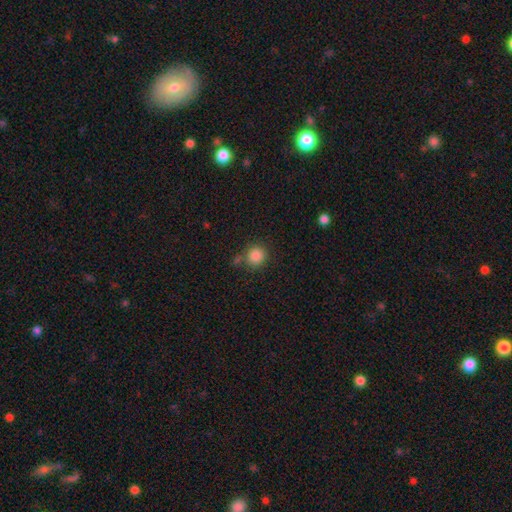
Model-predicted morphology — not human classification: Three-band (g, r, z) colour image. It shows a smooth galaxy with no disk features (86%) that is round (88%). Merging: none (73%).